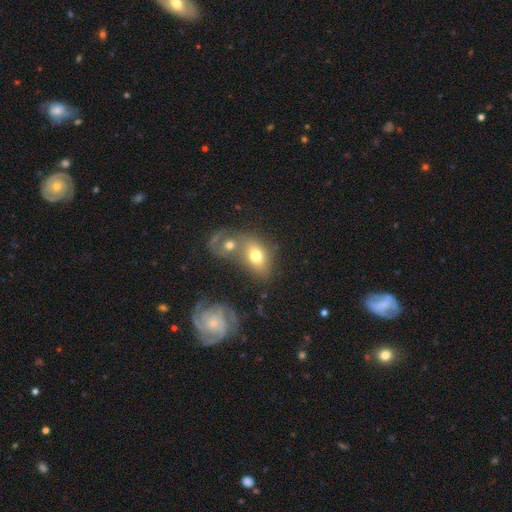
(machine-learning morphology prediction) Q: Smooth or featured?
A: smooth (64%); runner-up: featured or disk (26%)
Q: How rounded?
A: in between (74%); runner-up: round (24%)
Q: Merging?
A: merger (46%); runner-up: none (34%)